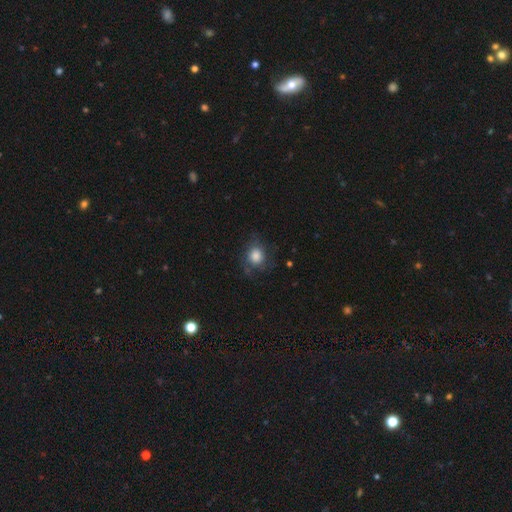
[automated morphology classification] Smooth or featured? smooth (72%)
How rounded? round (74%)
Merging? none (64%)